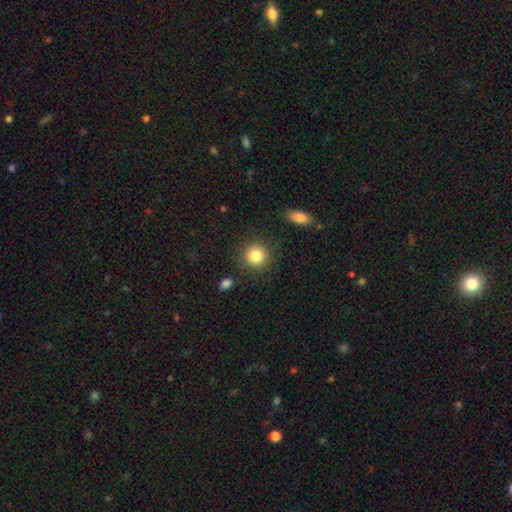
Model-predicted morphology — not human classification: Smooth or featured? smooth (84%)
How rounded? round (90%)
Merging? none (87%)